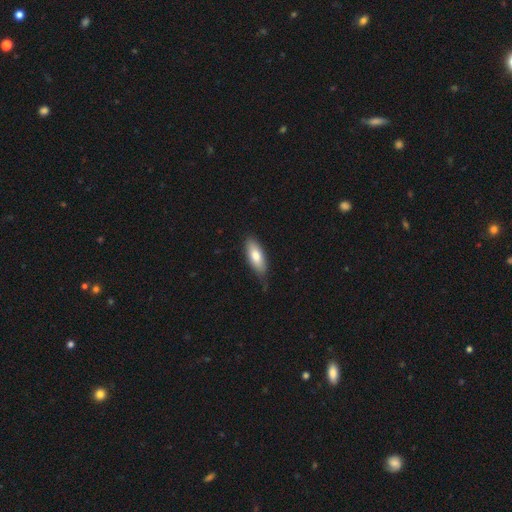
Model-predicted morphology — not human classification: The model was most divided on "merging": none: 69%, minor disturbance: 25%, major disturbance: 4%, merger: 2%. More confident: smooth or featured — smooth (77%); how rounded — in between (73%).